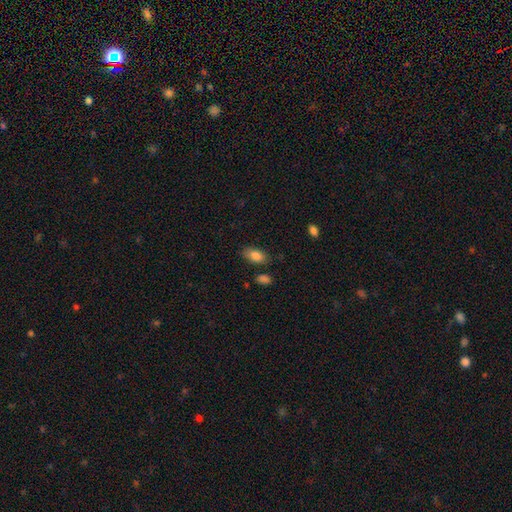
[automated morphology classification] A smooth galaxy with no disk features (84%) that is in between round and cigar-shaped (91%).

Vote fractions:
- Smooth or featured? smooth: 84% / featured or disk: 8% / star or artifact: 7%
- How rounded? in between: 91% / round: 5% / cigar-shaped: 4%
- Merging? none: 78% / minor disturbance: 15% / merger: 4% / major disturbance: 3%